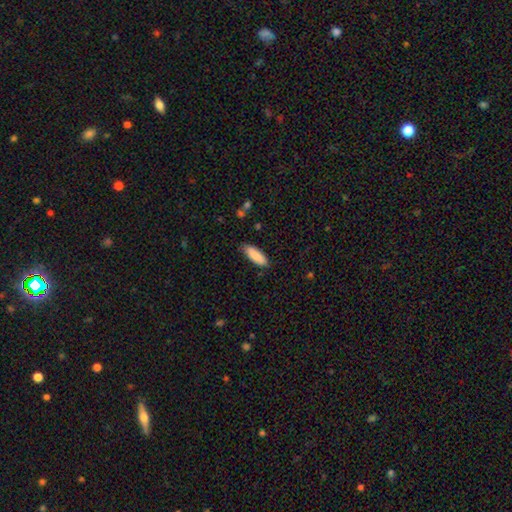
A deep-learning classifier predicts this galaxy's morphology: Smooth or featured?
  - smooth: 88% *
  - star or artifact: 6%
  - featured or disk: 6%
How rounded?
  - in between: 58% *
  - cigar-shaped: 41%
  - round: 1%
Merging?
  - none: 84% *
  - minor disturbance: 12%
  - major disturbance: 2%
  - merger: 1%